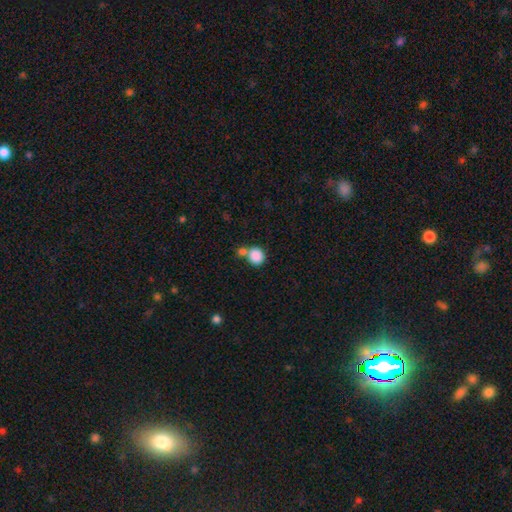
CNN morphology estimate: Smooth or featured? smooth (86%)
How rounded? round (81%)
Merging? none (48%)